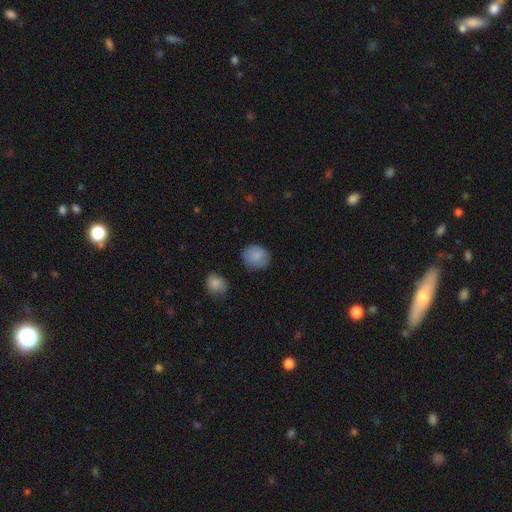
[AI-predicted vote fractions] Smooth or featured: smooth — 87% (star or artifact — 7%)
How rounded: round — 73% (in between — 26%)
Merging: none — 82% (minor disturbance — 13%)